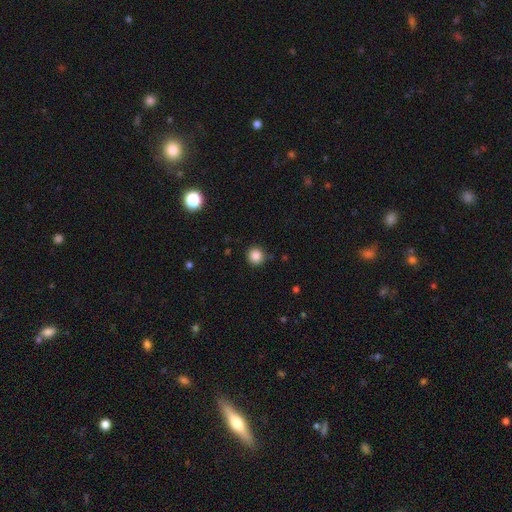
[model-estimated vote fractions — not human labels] Overall: smooth (86%). How rounded: round (94%). Merging: none (87%).